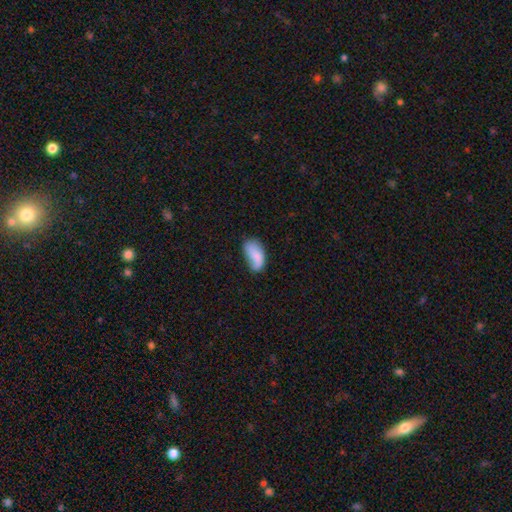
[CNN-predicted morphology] smooth-or-featured: smooth: 78% | featured or disk: 15% | star or artifact: 7%
  how-rounded: in between: 94% | cigar-shaped: 3% | round: 3%
  merging: none: 47% | minor disturbance: 36% | major disturbance: 14% | merger: 4%